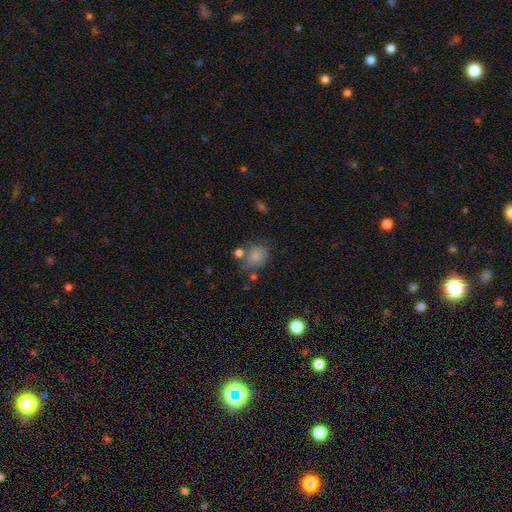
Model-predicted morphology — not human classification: This is clearly a smooth galaxy (80%). How rounded: possibly round (58%). Merging: possibly none (59%).